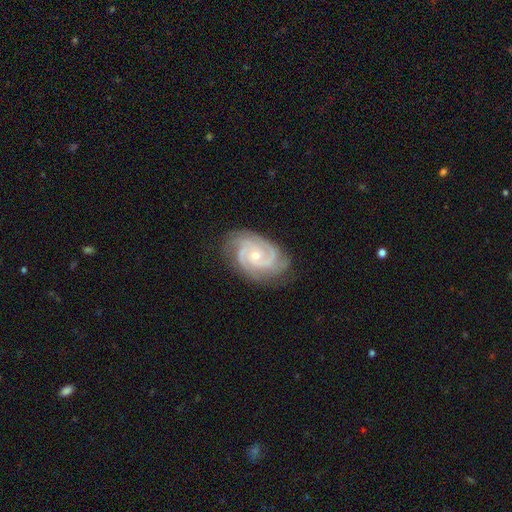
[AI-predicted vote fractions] A featured or disk galaxy (92%) with no bar (71%), 3 (47%) tight (67%) spiral arms (98%) and a small central bulge (63%). Merging: none (78%).